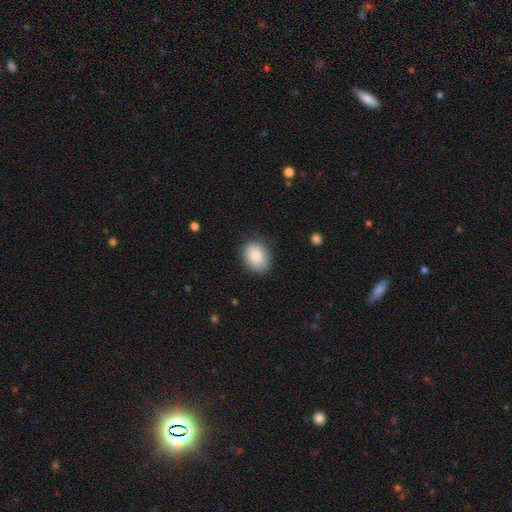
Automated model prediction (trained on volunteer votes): This appears to be a smooth galaxy with no disk features (85%) that is in between round and cigar-shaped (69%). Merging: none (83%).